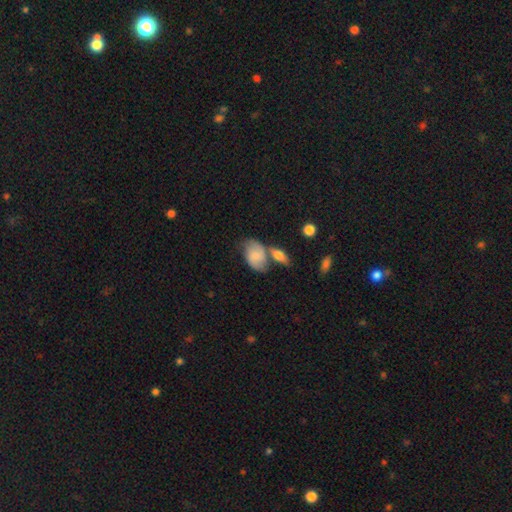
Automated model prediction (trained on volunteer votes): smooth-or-featured: smooth: 59% | featured or disk: 35% | star or artifact: 7%
  how-rounded: in between: 85% | round: 13% | cigar-shaped: 2%
  merging: none: 38% | merger: 34% | minor disturbance: 20% | major disturbance: 7%